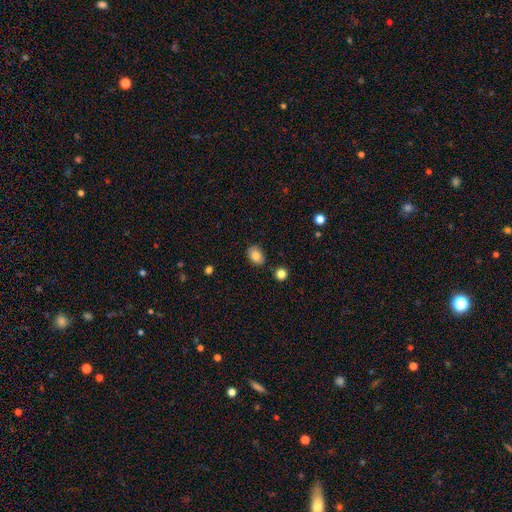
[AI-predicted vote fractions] A smooth galaxy with no disk features (84%) that is in between round and cigar-shaped (77%). Merging: none (83%).